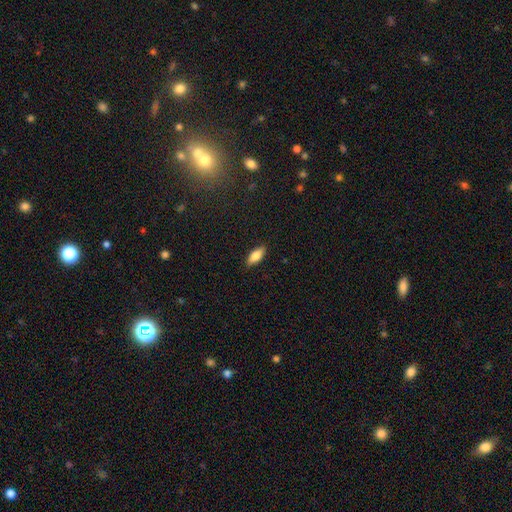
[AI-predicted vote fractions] Overall: smooth (73%). How rounded: in between (72%). Merging: none (88%).